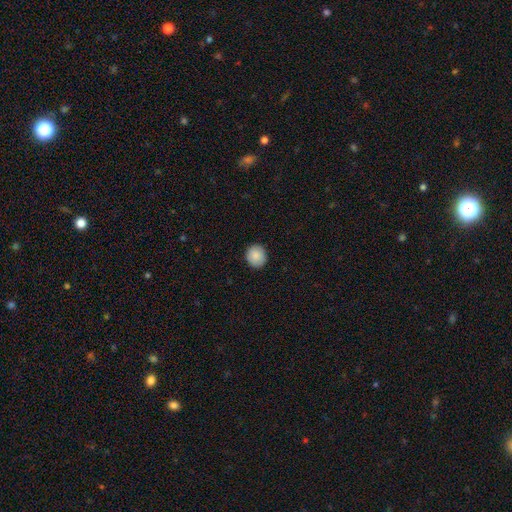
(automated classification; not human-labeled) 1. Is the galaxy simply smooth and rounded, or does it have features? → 89% smooth, 7% star or artifact, 4% featured or disk.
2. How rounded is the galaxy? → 86% round, 13% in between, 1% cigar-shaped.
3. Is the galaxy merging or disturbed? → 90% none, 7% minor disturbance, 2% major disturbance, 1% merger.